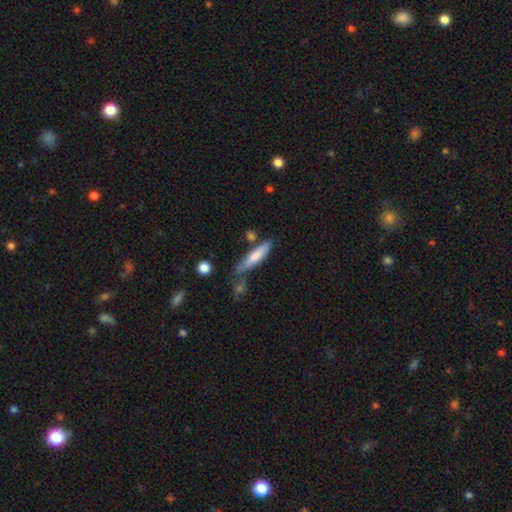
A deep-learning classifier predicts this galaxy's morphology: Overall: smooth (72%). How rounded: cigar-shaped (77%). Merging: none (57%; minor disturbance 22%).